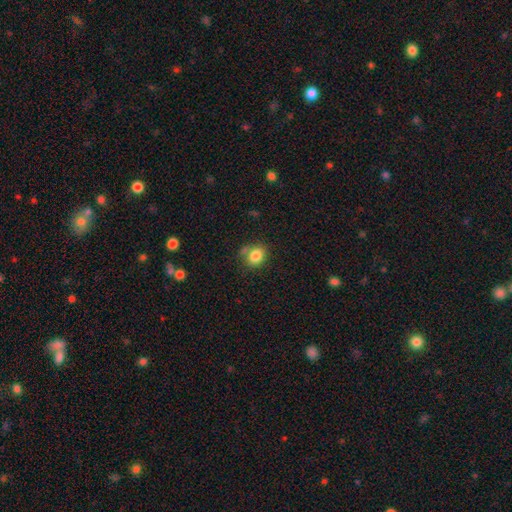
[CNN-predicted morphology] A smooth galaxy with no disk features (83%) that is round (54%).

Vote fractions:
- Smooth or featured? smooth: 83% / star or artifact: 10% / featured or disk: 7%
- How rounded? round: 54% / in between: 45% / cigar-shaped: 1%
- Merging? none: 65% / minor disturbance: 19% / merger: 11% / major disturbance: 6%